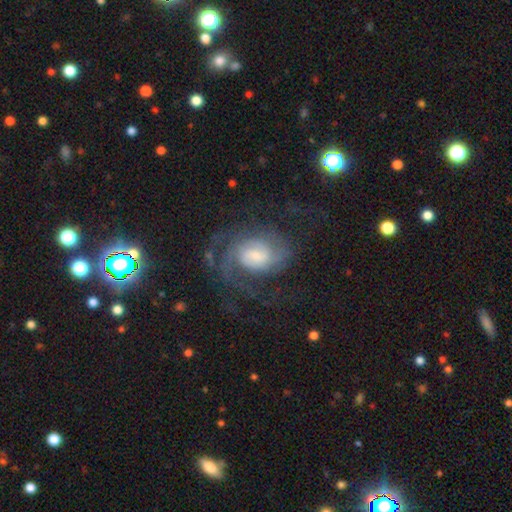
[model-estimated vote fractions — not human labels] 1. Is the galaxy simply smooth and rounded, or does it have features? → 83% featured or disk, 10% smooth, 6% star or artifact.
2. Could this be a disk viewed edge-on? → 98% no, 2% yes.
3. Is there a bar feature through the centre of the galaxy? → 50% weak, 38% no, 12% strong.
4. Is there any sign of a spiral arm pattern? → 95% yes, 5% no.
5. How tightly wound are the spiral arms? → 45% medium, 36% tight, 19% loose.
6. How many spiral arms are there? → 44% 2, 22% can't tell, 16% 3, 7% 1, 6% 4, 5% more than 4.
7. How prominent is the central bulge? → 47% small, 35% moderate, 12% large, 5% none, 2% dominant.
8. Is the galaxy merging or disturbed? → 59% none, 23% major disturbance, 16% minor disturbance, 2% merger.